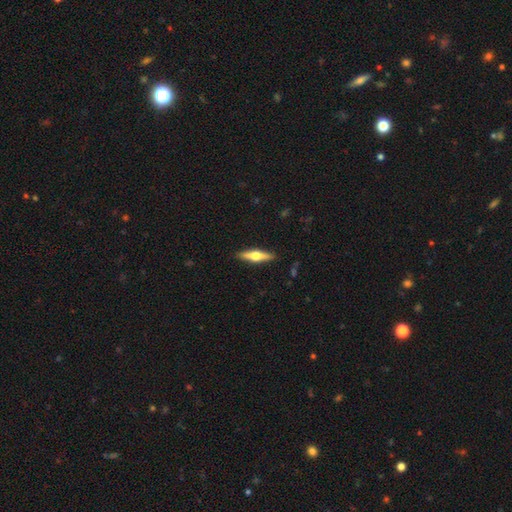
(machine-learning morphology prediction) Smooth or featured?
  - featured or disk: 61% *
  - smooth: 33%
  - star or artifact: 5%
Edge-on disk?
  - yes: 96% *
  - no: 4%
Edge-on bulge?
  - rounded: 95% *
  - boxy: 4%
  - none: 2%
Merging?
  - none: 90% *
  - minor disturbance: 7%
  - major disturbance: 2%
  - merger: 1%